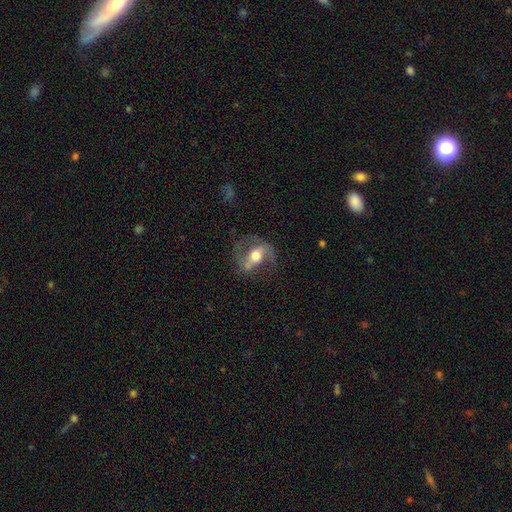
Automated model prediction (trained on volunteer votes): This is likely a featured or disk galaxy (76%). It is clearly not viewed edge-on (93%). Bar: marginally strong (37%). Spiral arm pattern: clearly yes (85%). Spiral arm count: clearly 2 (87%). Spiral winding: possibly medium (46%). Central bulge: likely moderate (68%). Merging: likely none (64%).